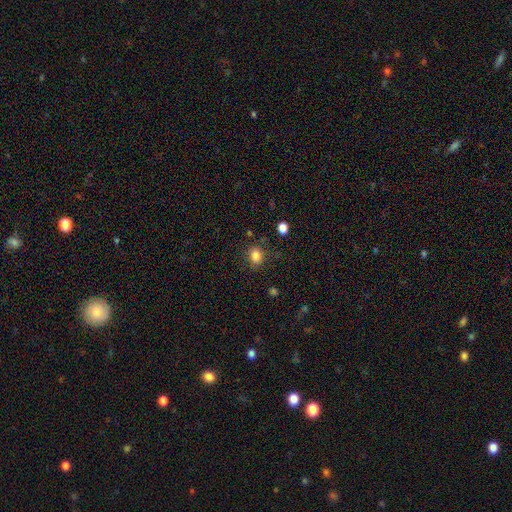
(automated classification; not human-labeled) smooth_or_featured: smooth (p=0.83) [alt: star or artifact p=0.11]
how_rounded: in between (p=0.51) [alt: round p=0.48]
merging: none (p=0.80) [alt: minor disturbance p=0.13]